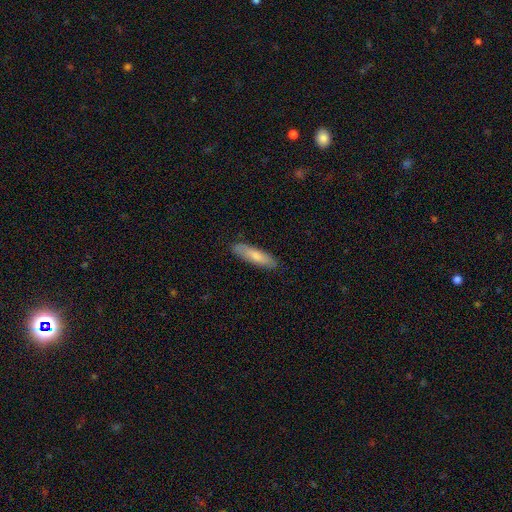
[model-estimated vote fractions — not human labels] This is likely a smooth galaxy (76%). How rounded: likely cigar-shaped (66%). Merging: clearly none (86%).